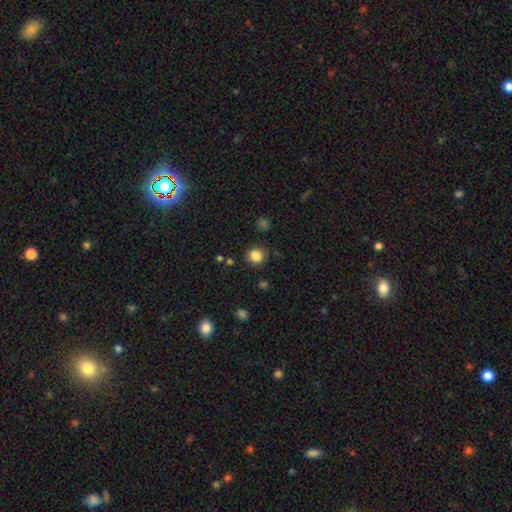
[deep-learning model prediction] smooth-or-featured: smooth: 84% | star or artifact: 11% | featured or disk: 4%
  how-rounded: round: 89% | in between: 10% | cigar-shaped: 1%
  merging: none: 86% | minor disturbance: 9% | major disturbance: 3% | merger: 2%